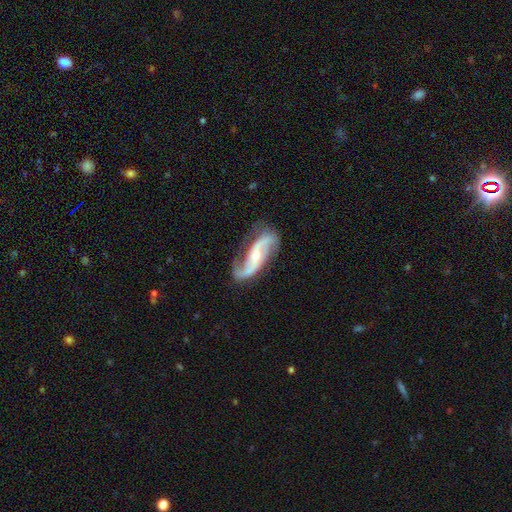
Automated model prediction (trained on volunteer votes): Smooth or featured? featured or disk (88%)
Edge-on disk? no (95%)
Bar? no (39%)
Spiral arms? yes (97%)
Spiral winding? loose (50%)
Spiral arm count? 2 (91%)
Bulge size? small (56%)
Merging? none (71%)